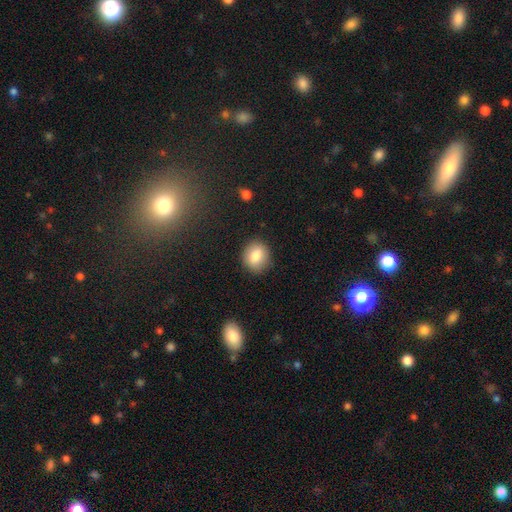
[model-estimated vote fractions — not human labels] Overall: smooth (83%). How rounded: round (73%). Merging: none (88%).